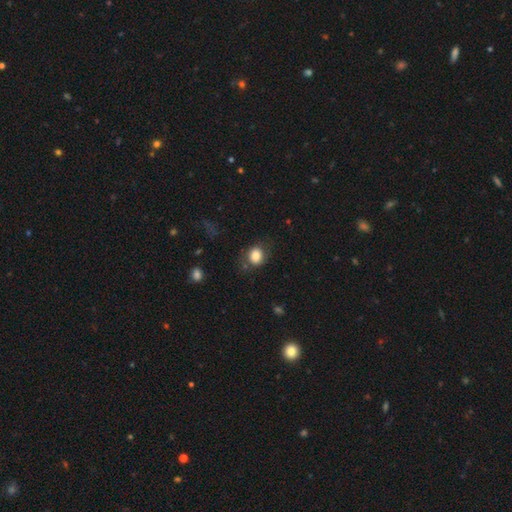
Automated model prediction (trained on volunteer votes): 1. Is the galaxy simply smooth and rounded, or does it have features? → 82% smooth, 9% star or artifact, 9% featured or disk.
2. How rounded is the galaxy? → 61% round, 38% in between, 1% cigar-shaped.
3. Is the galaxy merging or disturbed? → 73% none, 17% minor disturbance, 7% major disturbance, 3% merger.